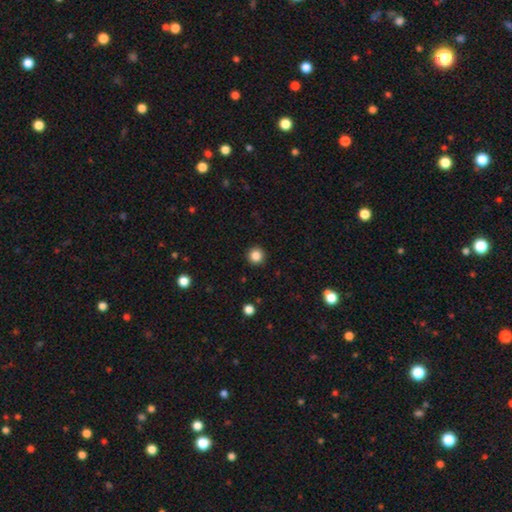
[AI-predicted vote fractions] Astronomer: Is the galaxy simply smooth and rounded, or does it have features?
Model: smooth — 85%.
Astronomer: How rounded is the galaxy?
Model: round — 95%.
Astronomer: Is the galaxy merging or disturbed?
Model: none — 93%.